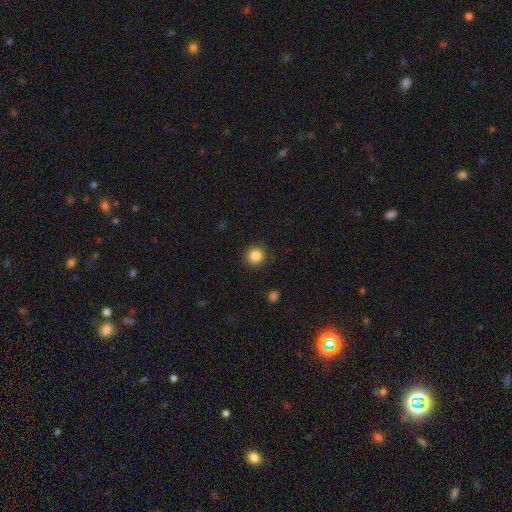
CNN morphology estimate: Smooth or featured: smooth — 85% (star or artifact — 11%)
How rounded: round — 92% (in between — 7%)
Merging: none — 90% (minor disturbance — 6%)